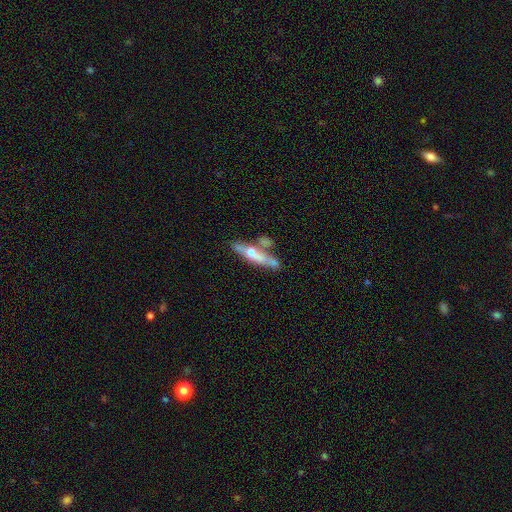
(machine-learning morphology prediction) type=featured or disk (59%); edge-on=yes (82%); merging=none (53%).